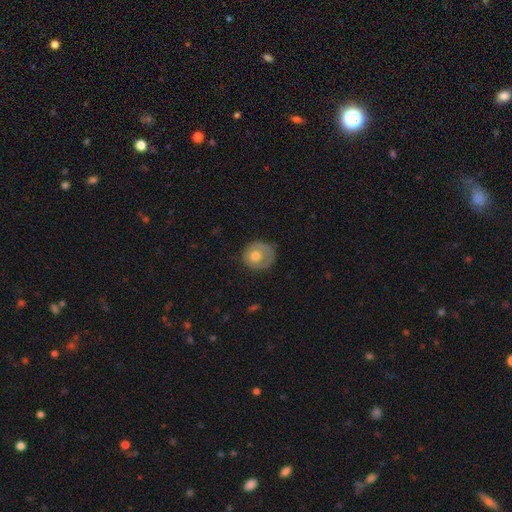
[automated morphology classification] smooth-or-featured: smooth: 61% | featured or disk: 32% | star or artifact: 7%
  how-rounded: round: 87% | in between: 13% | cigar-shaped: 1%
  merging: none: 68% | minor disturbance: 22% | major disturbance: 9% | merger: 1%